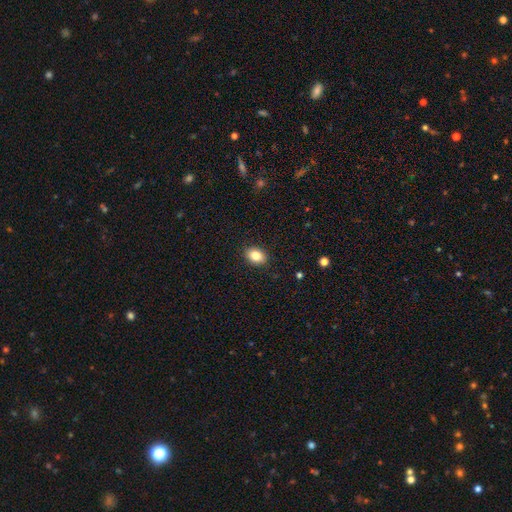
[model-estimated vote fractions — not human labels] smooth 85%, star or artifact 9%, featured or disk 7%. Down the decision tree: how rounded — in between (77%); merging — none (90%).